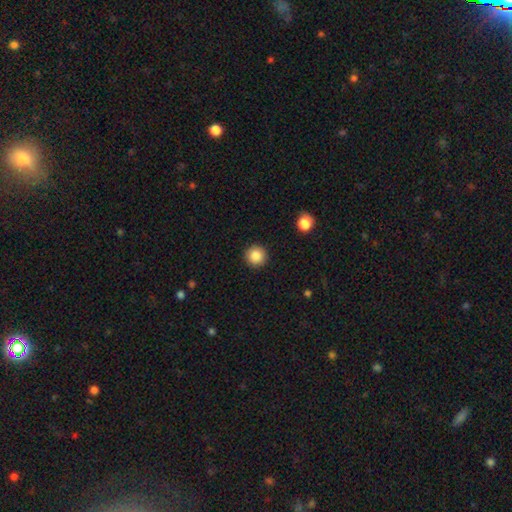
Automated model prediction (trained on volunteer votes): A smooth galaxy with no disk features (87%) that is round (96%). Merging: none (92%).